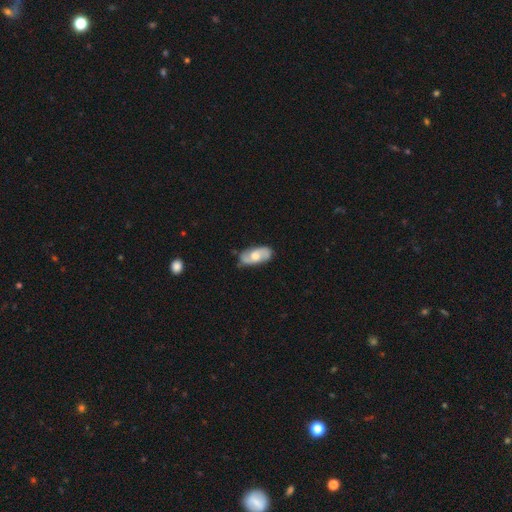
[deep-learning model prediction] Overall: featured or disk (59%; smooth 35%). Edge-on disk: no (91%). Bar: no (61%; weak 33%). Spiral arms: yes (86%). Bulge size: moderate (60%). Merging: none (76%).